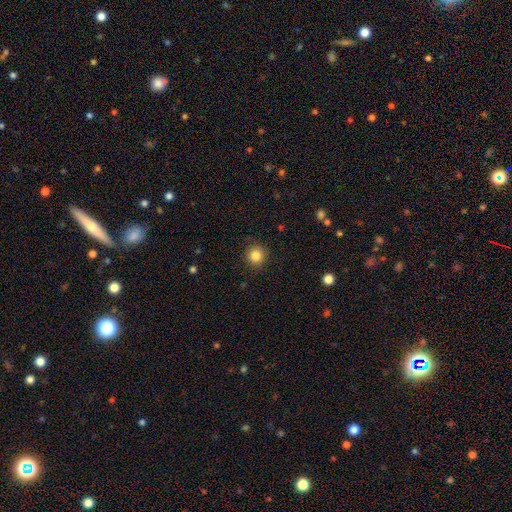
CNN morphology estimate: Smooth or featured?
  - smooth: 84% *
  - star or artifact: 11%
  - featured or disk: 5%
How rounded?
  - round: 94% *
  - in between: 5%
  - cigar-shaped: 1%
Merging?
  - none: 90% *
  - minor disturbance: 7%
  - major disturbance: 2%
  - merger: 1%